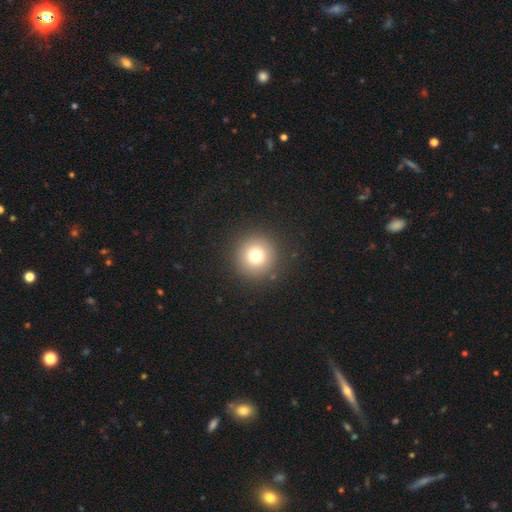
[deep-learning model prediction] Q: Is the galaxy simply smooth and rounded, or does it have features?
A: smooth — 75%.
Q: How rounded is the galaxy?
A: round — 96%.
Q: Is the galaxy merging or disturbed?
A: none — 90%.